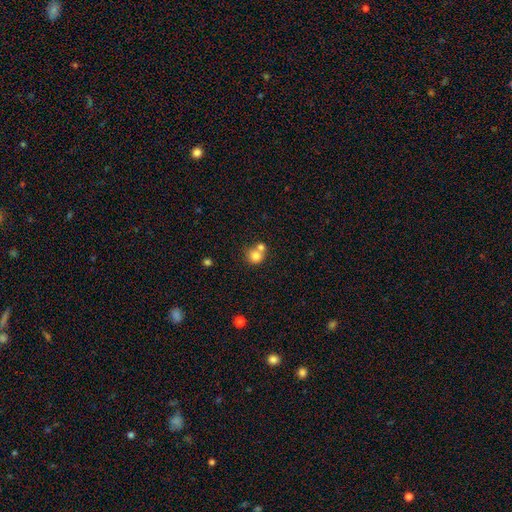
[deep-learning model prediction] Morphology: type=smooth (80%); roundness=round (87%); merging=none (46%).